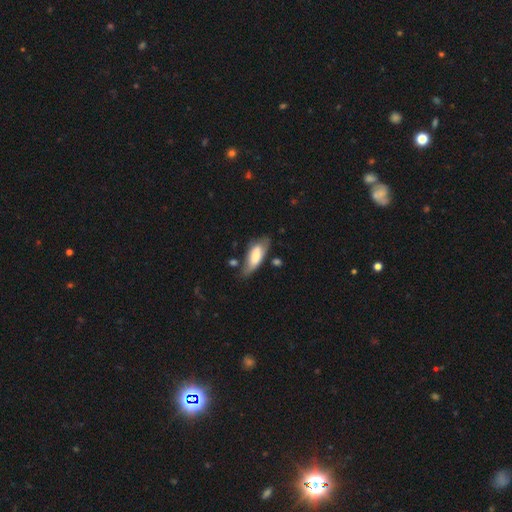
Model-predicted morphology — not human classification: A smooth galaxy with no disk features (68%) that is in between round and cigar-shaped (77%).

Vote fractions:
- Smooth or featured? smooth: 68% / featured or disk: 26% / star or artifact: 6%
- How rounded? in between: 77% / cigar-shaped: 21% / round: 2%
- Merging? none: 50% / minor disturbance: 32% / major disturbance: 11% / merger: 7%